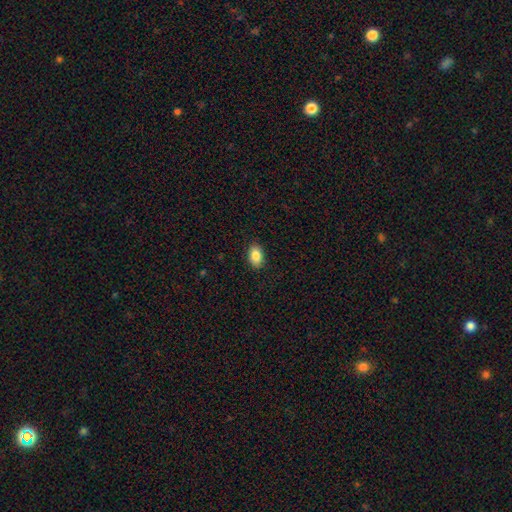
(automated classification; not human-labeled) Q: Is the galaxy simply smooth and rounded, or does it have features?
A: smooth — 86%.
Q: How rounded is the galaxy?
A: in between — 89%.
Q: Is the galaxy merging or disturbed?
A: none — 89%.